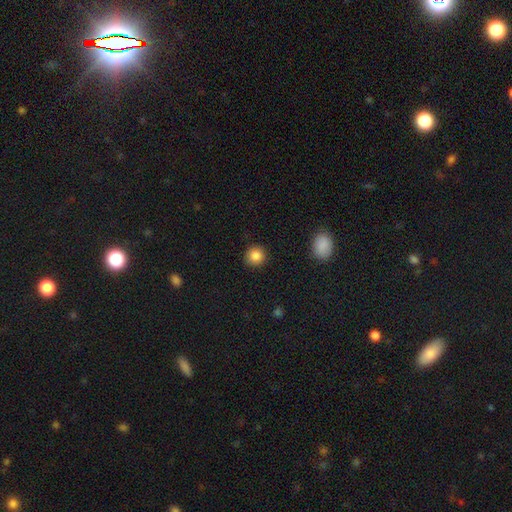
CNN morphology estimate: Smooth or featured?
  - smooth: 86% *
  - star or artifact: 10%
  - featured or disk: 4%
How rounded?
  - round: 92% *
  - in between: 7%
  - cigar-shaped: 1%
Merging?
  - none: 91% *
  - minor disturbance: 6%
  - major disturbance: 2%
  - merger: 1%